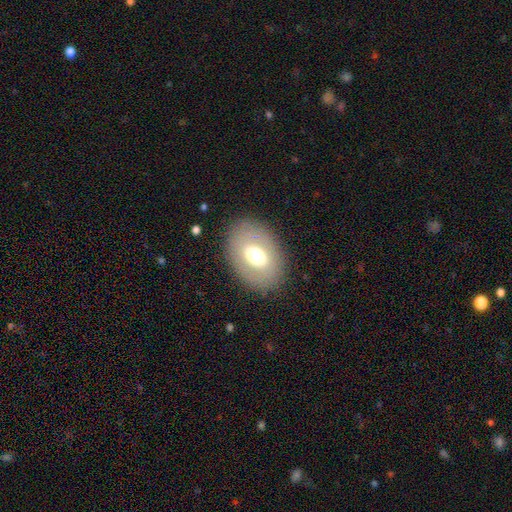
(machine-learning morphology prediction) This is possibly a smooth galaxy (56%). How rounded: likely in between (77%). Merging: clearly none (84%).